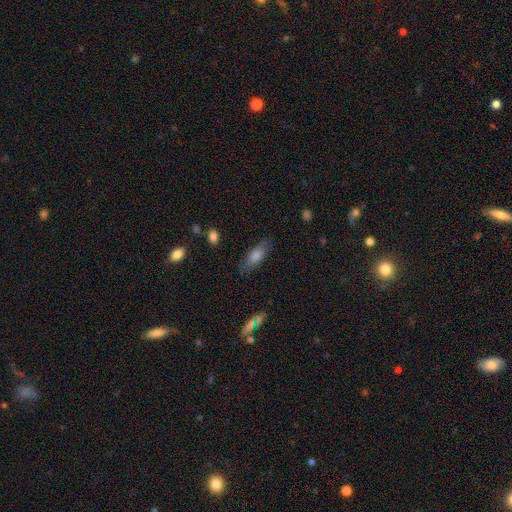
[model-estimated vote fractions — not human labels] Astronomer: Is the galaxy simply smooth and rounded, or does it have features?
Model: smooth — 70%.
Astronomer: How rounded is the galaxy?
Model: in between — 68%.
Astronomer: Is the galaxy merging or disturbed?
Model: none — 81%.